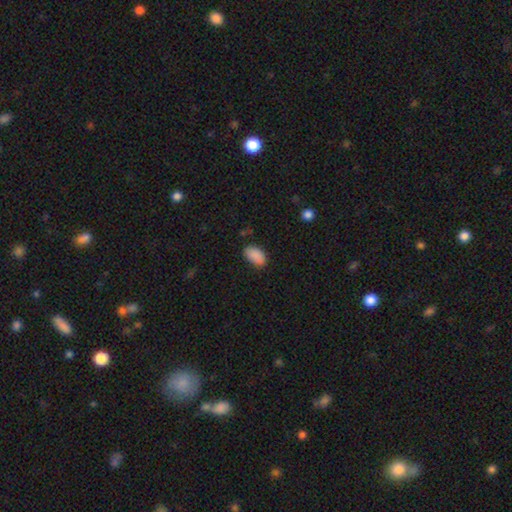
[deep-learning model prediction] smooth-or-featured: smooth: 89% | star or artifact: 8% | featured or disk: 4%
  how-rounded: in between: 93% | round: 6% | cigar-shaped: 1%
  merging: none: 78% | minor disturbance: 17% | major disturbance: 3% | merger: 1%